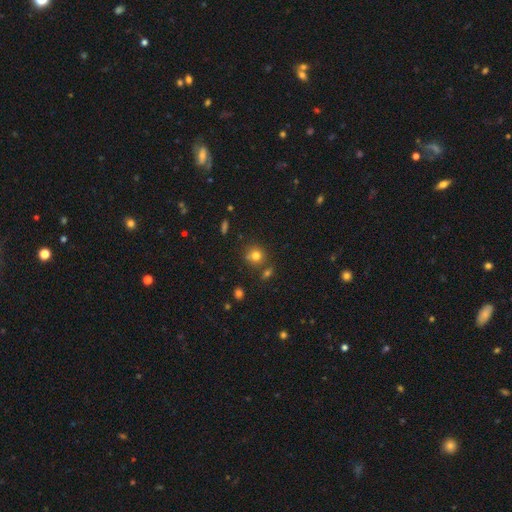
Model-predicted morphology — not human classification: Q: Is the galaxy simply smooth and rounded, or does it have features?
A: smooth — 76%.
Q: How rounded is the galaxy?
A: round — 84%.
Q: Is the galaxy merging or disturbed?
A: none — 68%.